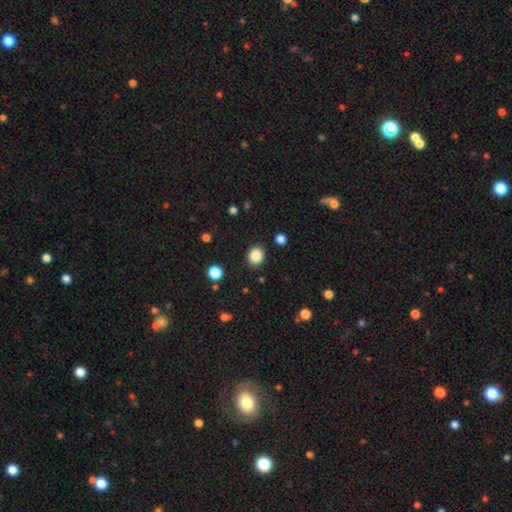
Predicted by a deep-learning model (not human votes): The model was most divided on "how rounded": round: 72%, in between: 27%, cigar-shaped: 1%. More confident: merging — none (89%); smooth or featured — smooth (86%).